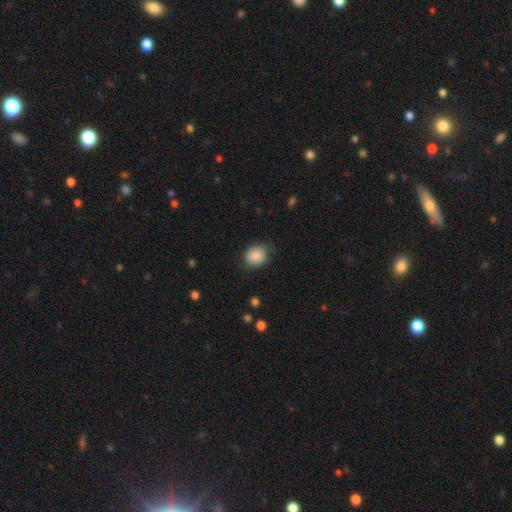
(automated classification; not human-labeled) The model was most divided on "how rounded": round: 62%, in between: 37%, cigar-shaped: 1%. More confident: smooth or featured — smooth (87%); merging — none (74%).